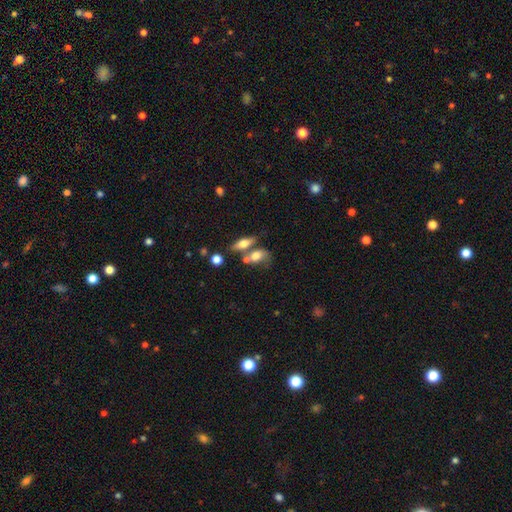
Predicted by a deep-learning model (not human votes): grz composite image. It shows a smooth galaxy with no disk features (61%) that is in between round and cigar-shaped (70%). Merging: merger (42%).